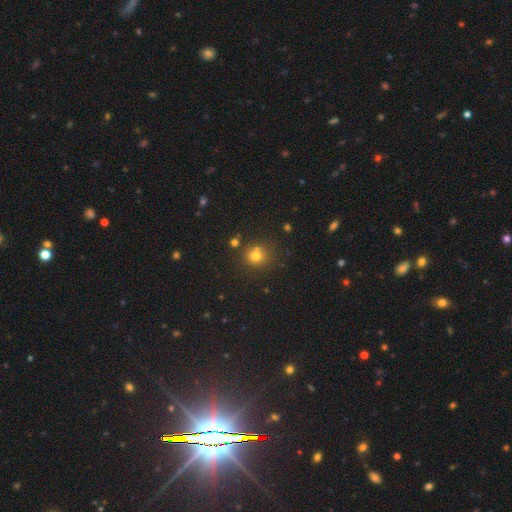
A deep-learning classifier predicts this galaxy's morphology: A smooth galaxy with no disk features (73%) that is round (86%).

Vote fractions:
- Smooth or featured? smooth: 73% / star or artifact: 18% / featured or disk: 9%
- How rounded? round: 86% / in between: 13% / cigar-shaped: 1%
- Merging? none: 67% / merger: 18% / minor disturbance: 11% / major disturbance: 4%